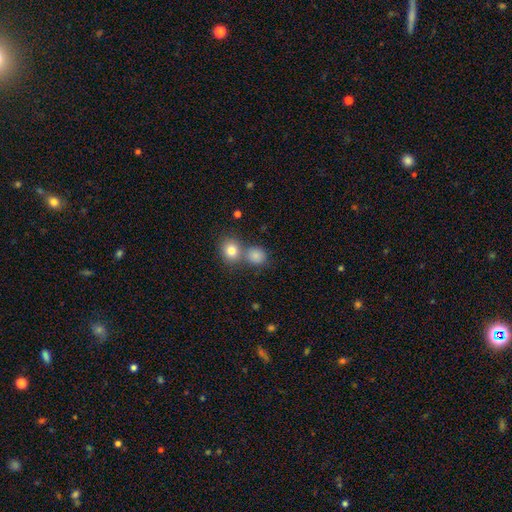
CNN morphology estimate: smooth 82%, star or artifact 11%, featured or disk 7%. Down the decision tree: how rounded — round (75%); merging — none (50%).